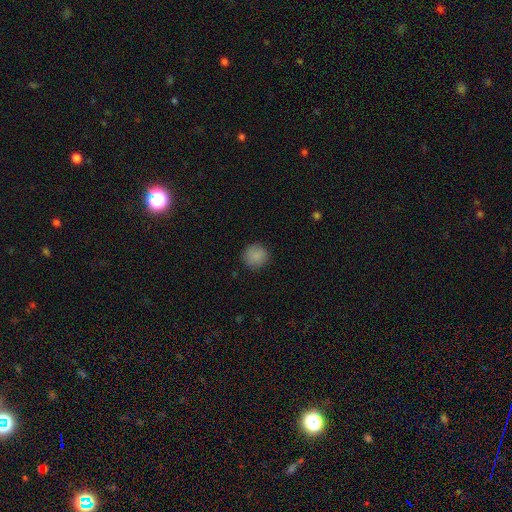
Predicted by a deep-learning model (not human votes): Morphology: type=smooth (87%); roundness=round (93%); merging=none (88%).